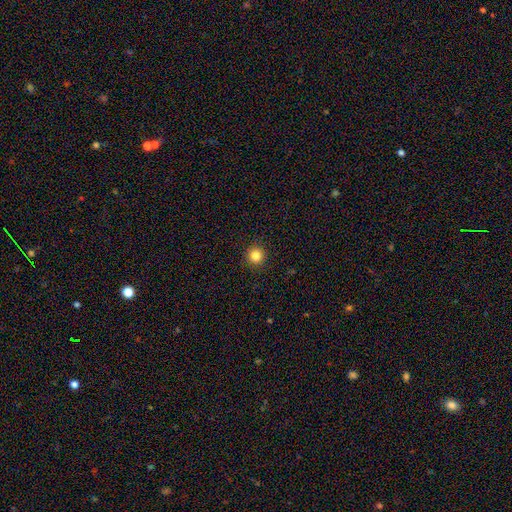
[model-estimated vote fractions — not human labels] Smooth or featured: smooth — 83% (star or artifact — 12%)
How rounded: round — 95% (in between — 4%)
Merging: none — 93% (minor disturbance — 5%)